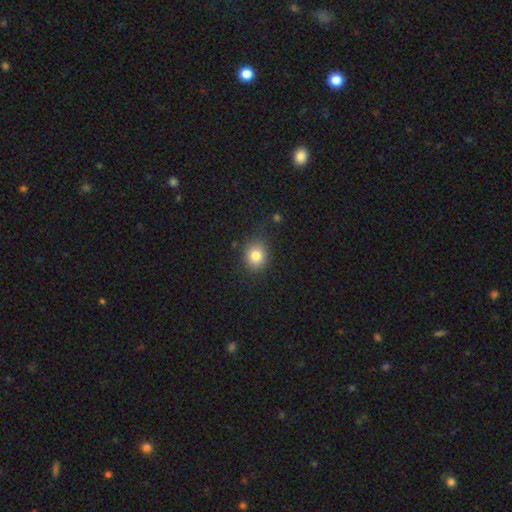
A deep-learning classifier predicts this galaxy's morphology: This appears to be a smooth galaxy with no disk features (82%) that is round (68%). Merging: none (82%).